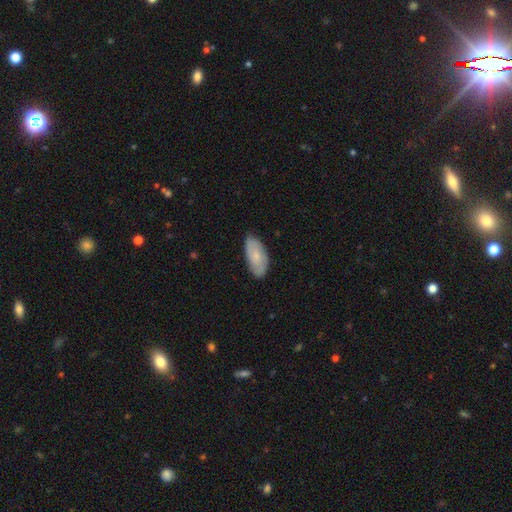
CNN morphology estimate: A smooth galaxy with no disk features (64%) that is in between round and cigar-shaped (91%).

Vote fractions:
- Smooth or featured? smooth: 64% / featured or disk: 30% / star or artifact: 6%
- How rounded? in between: 91% / cigar-shaped: 7% / round: 2%
- Merging? none: 80% / minor disturbance: 16% / major disturbance: 3% / merger: 1%